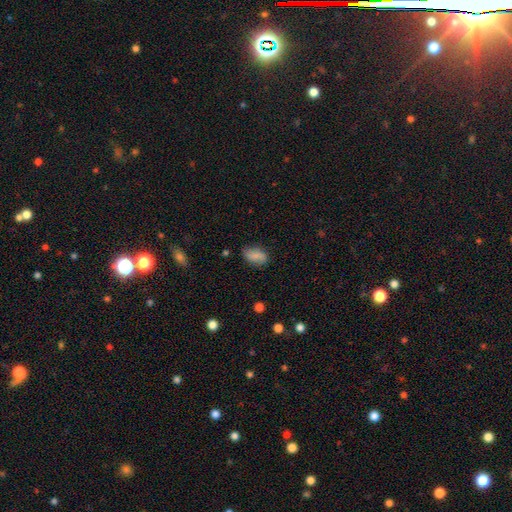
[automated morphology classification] Q: Smooth or featured?
A: smooth (75%); runner-up: featured or disk (17%)
Q: How rounded?
A: in between (89%); runner-up: round (8%)
Q: Merging?
A: none (72%); runner-up: minor disturbance (21%)